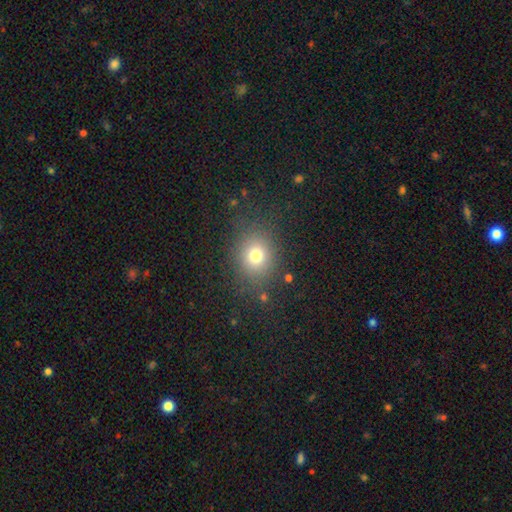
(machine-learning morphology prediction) Smooth or featured? Predicted: smooth (p=0.75). How rounded? Predicted: round (p=0.70). Merging? Predicted: none (p=0.82).